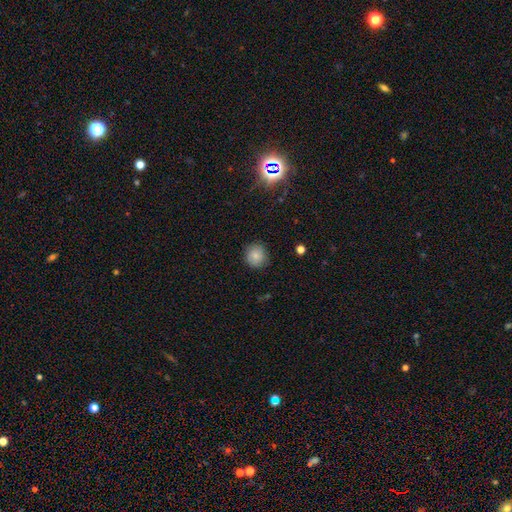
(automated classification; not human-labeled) A smooth galaxy with no disk features (79%) that is round (90%).

Vote fractions:
- Smooth or featured? smooth: 79% / star or artifact: 11% / featured or disk: 10%
- How rounded? round: 90% / in between: 9% / cigar-shaped: 1%
- Merging? none: 84% / minor disturbance: 12% / major disturbance: 3% / merger: 1%